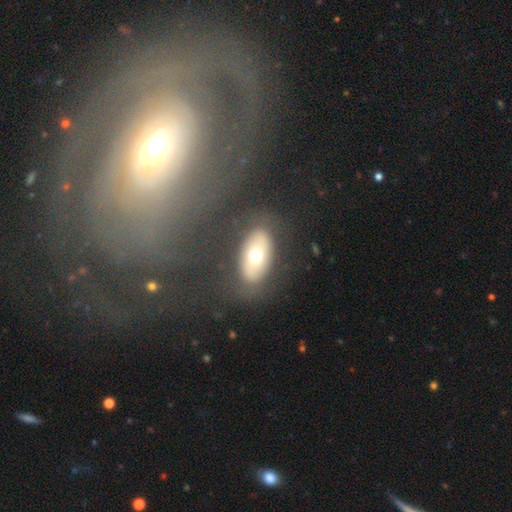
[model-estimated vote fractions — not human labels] smooth-or-featured: smooth: 57% | featured or disk: 35% | star or artifact: 8%
  how-rounded: in between: 90% | round: 7% | cigar-shaped: 3%
  merging: none: 79% | minor disturbance: 12% | major disturbance: 7% | merger: 3%